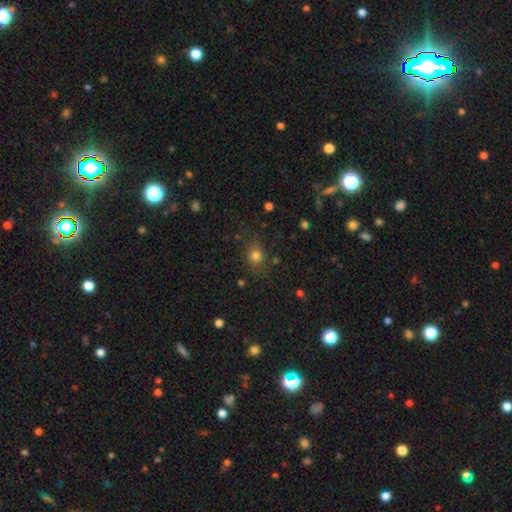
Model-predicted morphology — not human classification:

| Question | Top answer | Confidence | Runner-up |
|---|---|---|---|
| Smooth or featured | smooth | 77% | star or artifact (15%) |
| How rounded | round | 65% | in between (33%) |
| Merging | none | 77% | minor disturbance (15%) |